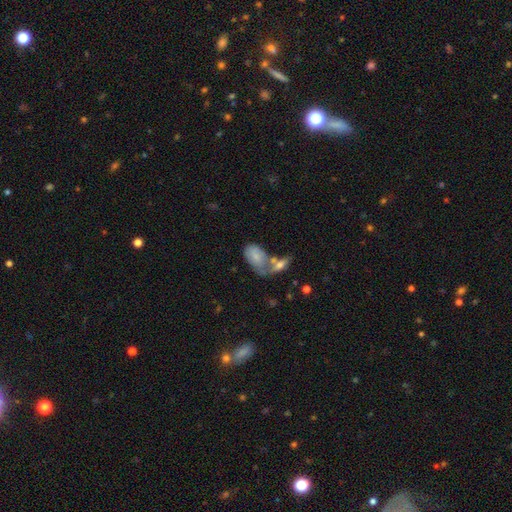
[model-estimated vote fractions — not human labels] Morphology: type=smooth (69%); roundness=in between (92%); merging=merger (46%).